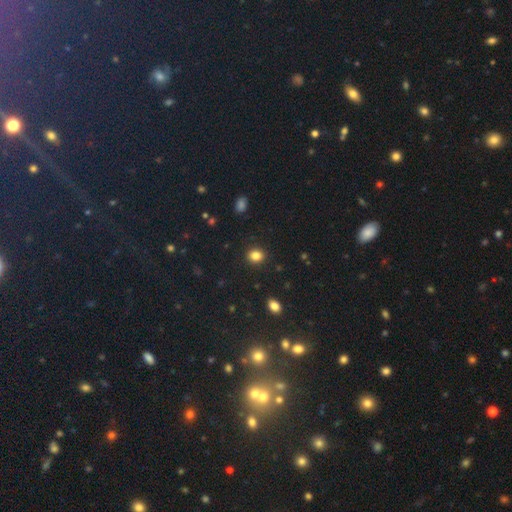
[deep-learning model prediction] A smooth galaxy with no disk features (84%) that is round (72%).

Vote fractions:
- Smooth or featured? smooth: 84% / star or artifact: 11% / featured or disk: 5%
- How rounded? round: 72% / in between: 27% / cigar-shaped: 1%
- Merging? none: 90% / minor disturbance: 7% / major disturbance: 2% / merger: 1%